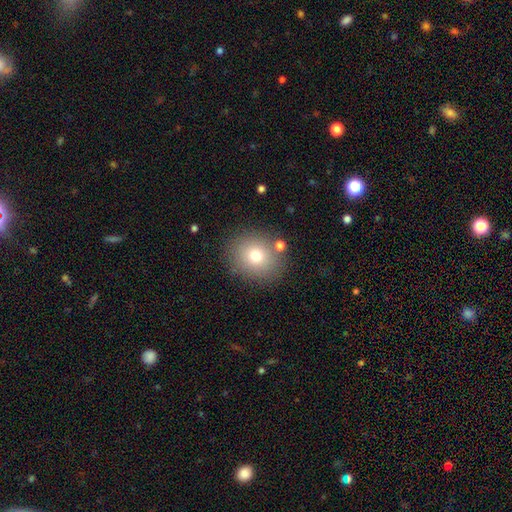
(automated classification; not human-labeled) Smooth or featured? smooth (75%)
How rounded? round (76%)
Merging? none (83%)